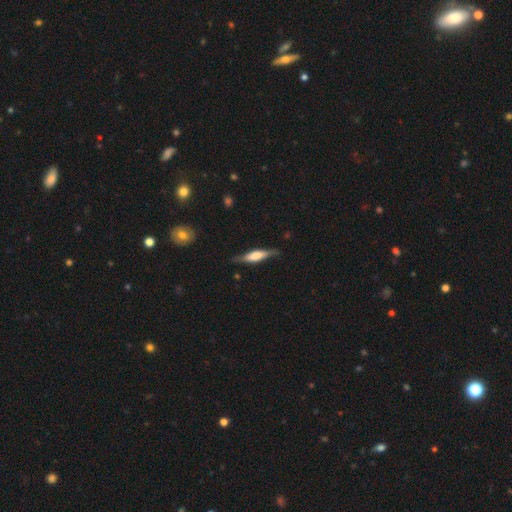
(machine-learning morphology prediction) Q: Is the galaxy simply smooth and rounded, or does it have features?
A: featured or disk — 58%.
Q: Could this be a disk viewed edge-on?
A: yes — 92%.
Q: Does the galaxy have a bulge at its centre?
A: rounded — 54%.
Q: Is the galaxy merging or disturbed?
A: none — 79%.